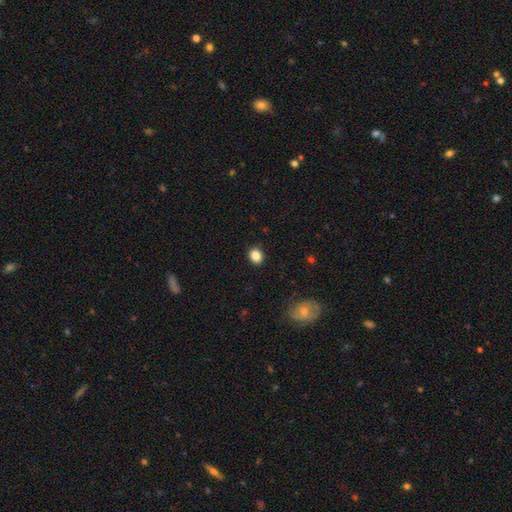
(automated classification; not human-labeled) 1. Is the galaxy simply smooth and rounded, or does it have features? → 86% smooth, 10% star or artifact, 4% featured or disk.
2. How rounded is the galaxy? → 55% round, 44% in between, 1% cigar-shaped.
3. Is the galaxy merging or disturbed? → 90% none, 7% minor disturbance, 2% major disturbance, 1% merger.